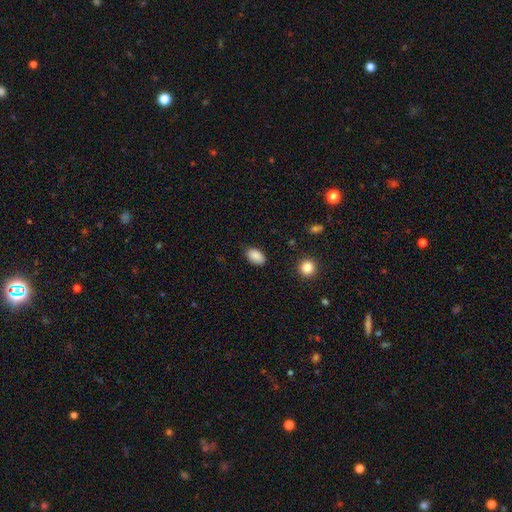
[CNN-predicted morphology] This is clearly a smooth galaxy (88%). How rounded: clearly in between (90%). Merging: clearly none (84%).